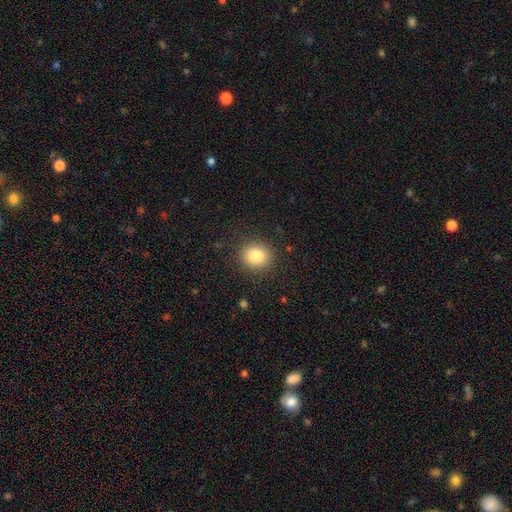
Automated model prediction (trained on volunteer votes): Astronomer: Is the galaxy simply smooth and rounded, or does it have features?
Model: smooth — 84%.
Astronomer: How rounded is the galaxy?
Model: round — 79%.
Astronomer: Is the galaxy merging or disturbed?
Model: none — 88%.